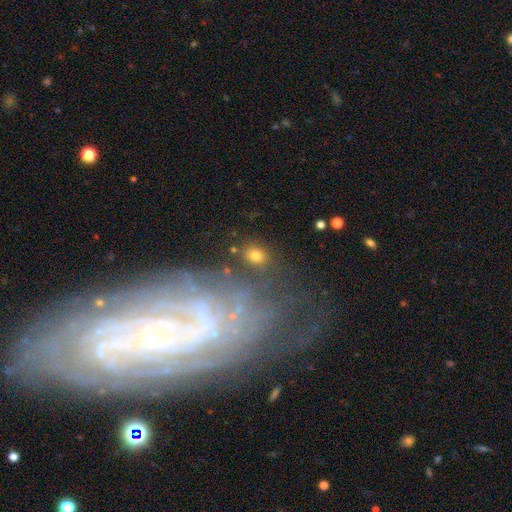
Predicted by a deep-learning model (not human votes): This appears to be a smooth galaxy with no disk features (73%) that is in between round and cigar-shaped (57%). Merging: none (74%).